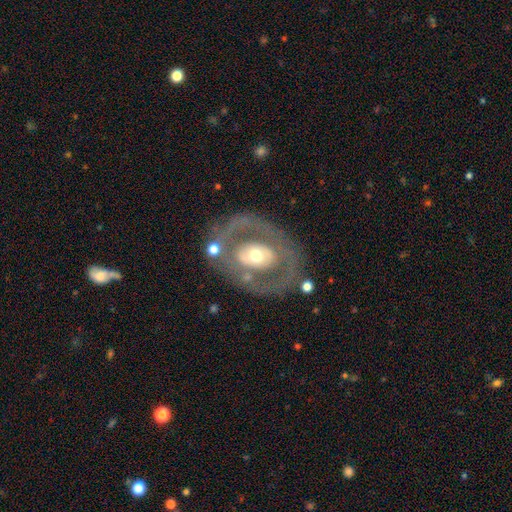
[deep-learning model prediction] smooth-or-featured: featured or disk: 69% | smooth: 25% | star or artifact: 6%
  disk-edge-on: no: 94% | yes: 6%
    bar: no: 72% | weak: 19% | strong: 10%
    has-spiral-arms: no: 73% | yes: 27%
    bulge-size: moderate: 65% | small: 18% | large: 14% | dominant: 2% | none: 1%
  merging: none: 70% | minor disturbance: 14% | major disturbance: 11% | merger: 5%